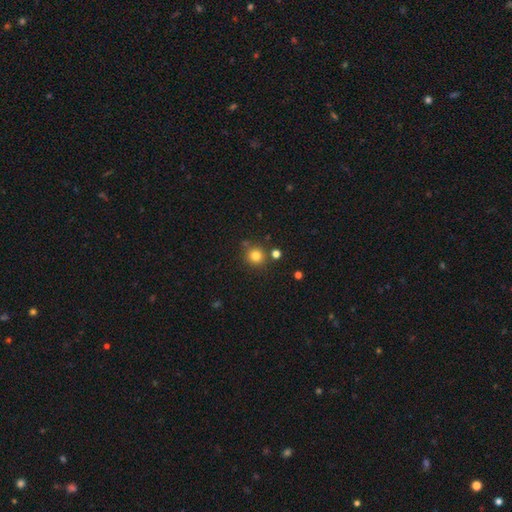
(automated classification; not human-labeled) Q: Smooth or featured?
A: smooth (80%); runner-up: star or artifact (14%)
Q: How rounded?
A: round (93%); runner-up: in between (6%)
Q: Merging?
A: none (80%); runner-up: minor disturbance (9%)